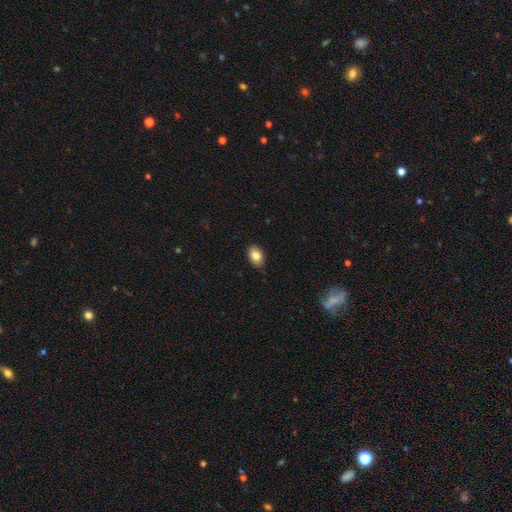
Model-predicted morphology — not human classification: A smooth galaxy with no disk features (84%) that is in between round and cigar-shaped (83%).

Vote fractions:
- Smooth or featured? smooth: 84% / star or artifact: 8% / featured or disk: 8%
- How rounded? in between: 83% / round: 16% / cigar-shaped: 1%
- Merging? none: 88% / minor disturbance: 10% / major disturbance: 2% / merger: 1%